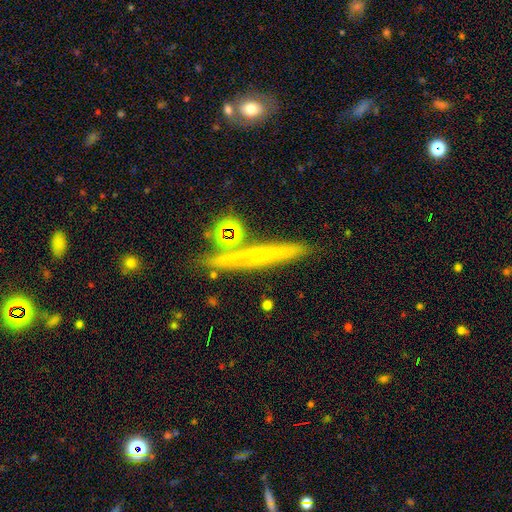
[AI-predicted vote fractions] Overall: featured or disk (45%; smooth 43%). Merging: none (80%).